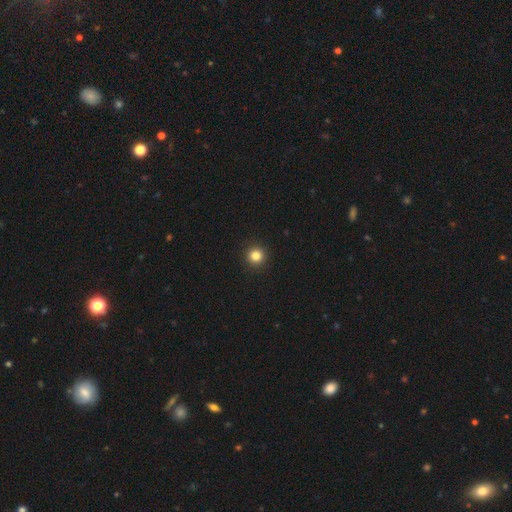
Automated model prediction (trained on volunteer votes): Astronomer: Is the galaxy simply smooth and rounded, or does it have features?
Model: smooth — 83%.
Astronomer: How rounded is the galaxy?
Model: round — 96%.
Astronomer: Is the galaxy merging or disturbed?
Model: none — 94%.